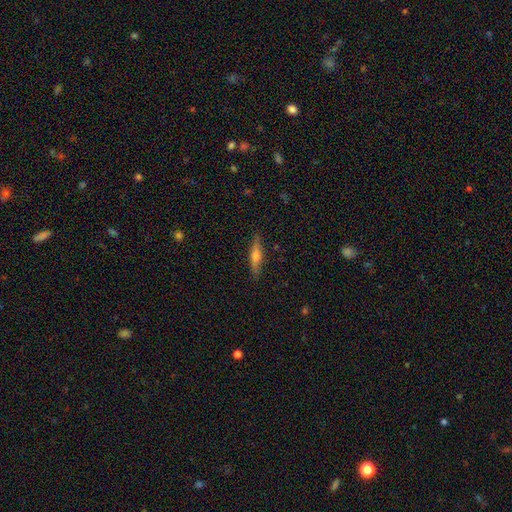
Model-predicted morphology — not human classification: Smooth or featured?
  - featured or disk: 51% *
  - smooth: 41%
  - star or artifact: 7%
Edge-on disk?
  - yes: 94% *
  - no: 6%
Merging?
  - none: 87% *
  - minor disturbance: 10%
  - major disturbance: 2%
  - merger: 1%